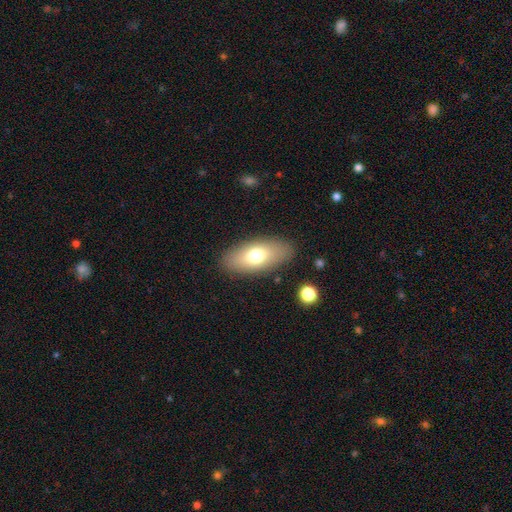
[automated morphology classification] Smooth or featured? smooth (70%)
How rounded? in between (88%)
Merging? none (86%)